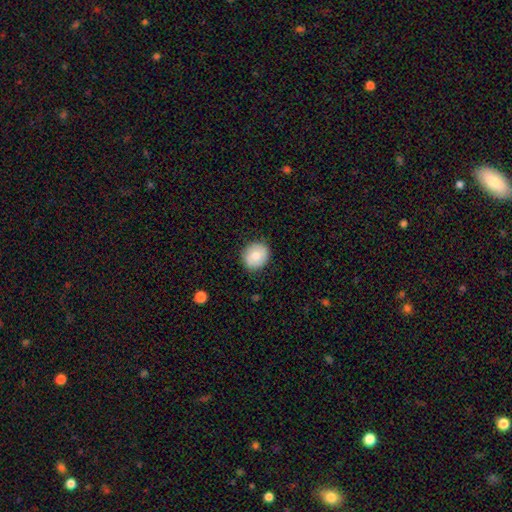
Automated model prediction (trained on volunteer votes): smooth_or_featured: smooth (p=0.74) [alt: featured or disk p=0.19]
how_rounded: round (p=0.80) [alt: in between p=0.19]
merging: none (p=0.87) [alt: minor disturbance p=0.09]